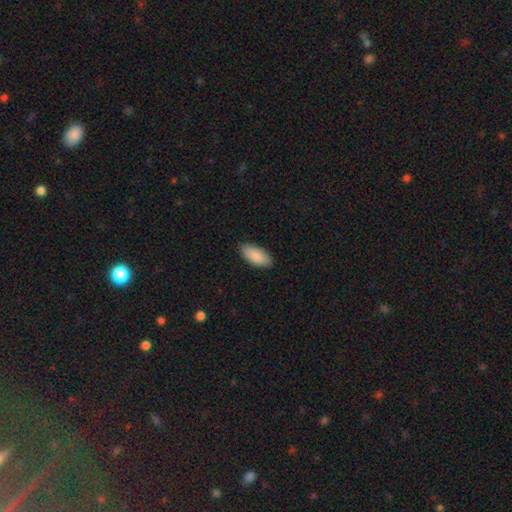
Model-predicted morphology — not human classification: smooth_or_featured: smooth (p=0.89) [alt: star or artifact p=0.06]
how_rounded: in between (p=0.91) [alt: cigar-shaped p=0.07]
merging: none (p=0.87) [alt: minor disturbance p=0.10]